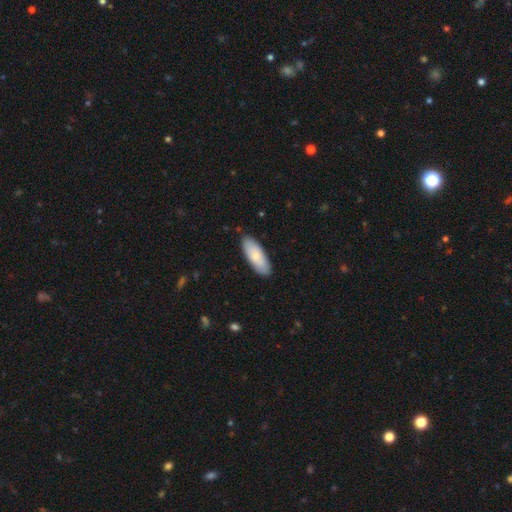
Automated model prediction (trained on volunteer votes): Morphology: type=smooth (77%); roundness=in between (75%); merging=none (87%).